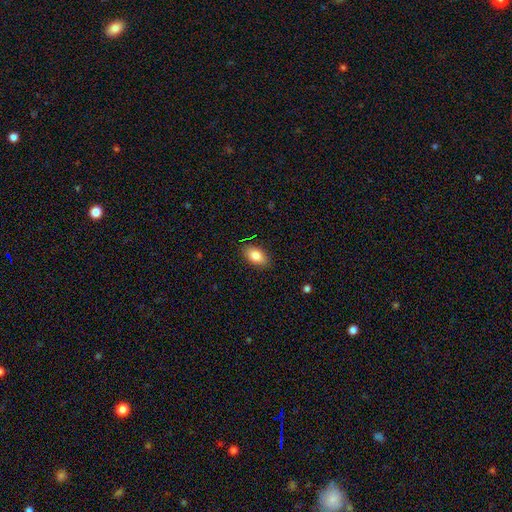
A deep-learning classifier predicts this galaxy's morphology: Smooth or featured: smooth — 84% (featured or disk — 8%)
How rounded: in between — 90% (round — 8%)
Merging: none — 86% (minor disturbance — 10%)